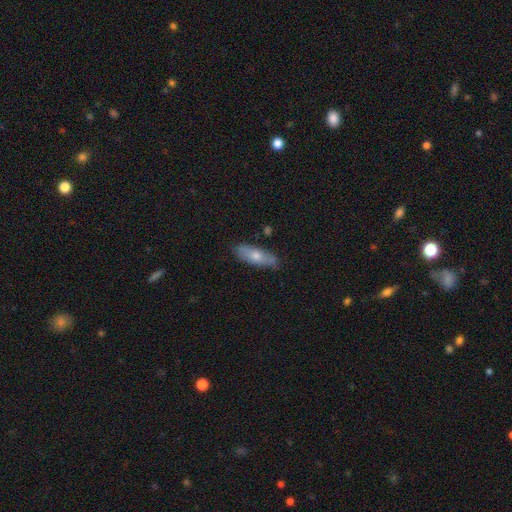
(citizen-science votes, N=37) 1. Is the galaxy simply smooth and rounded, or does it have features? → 51% smooth, 43% featured or disk, 5% star or artifact.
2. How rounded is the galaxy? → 68% in between, 32% cigar-shaped, 0% round.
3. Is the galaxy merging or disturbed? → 89% none, 11% minor disturbance, 0% major disturbance, 0% merger.